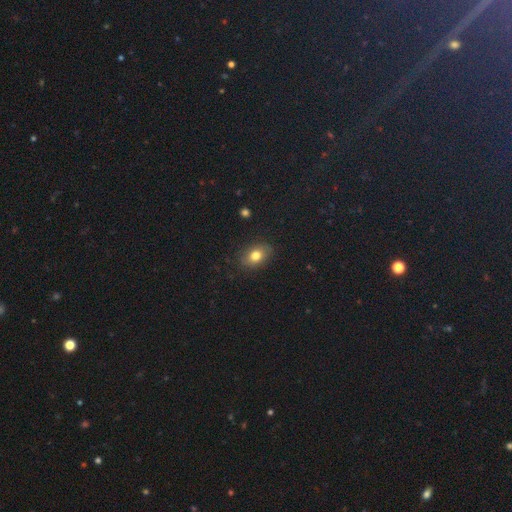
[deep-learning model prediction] A smooth galaxy with no disk features (78%) that is in between round and cigar-shaped (75%). Merging: none (84%).